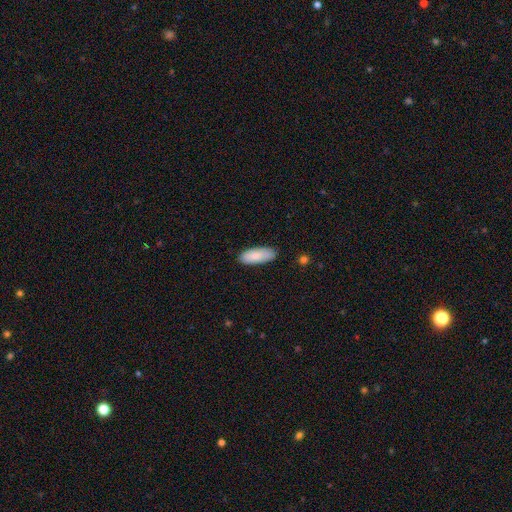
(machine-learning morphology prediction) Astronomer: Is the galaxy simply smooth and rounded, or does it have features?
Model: smooth — 86%.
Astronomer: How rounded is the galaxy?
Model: in between — 79%.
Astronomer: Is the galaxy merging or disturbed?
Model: none — 85%.